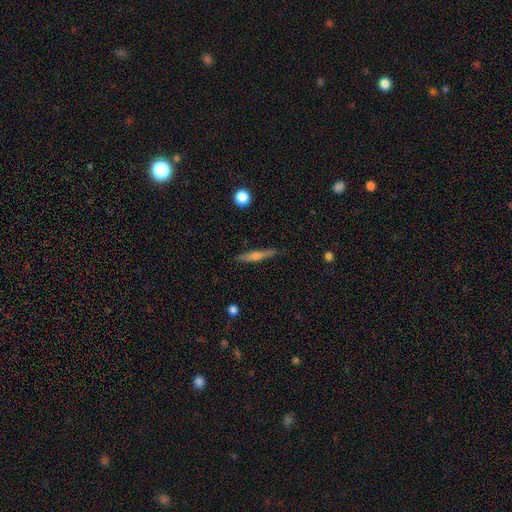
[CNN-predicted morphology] Smooth or featured? featured or disk (50%)
Edge-on disk? yes (96%)
Merging? none (86%)